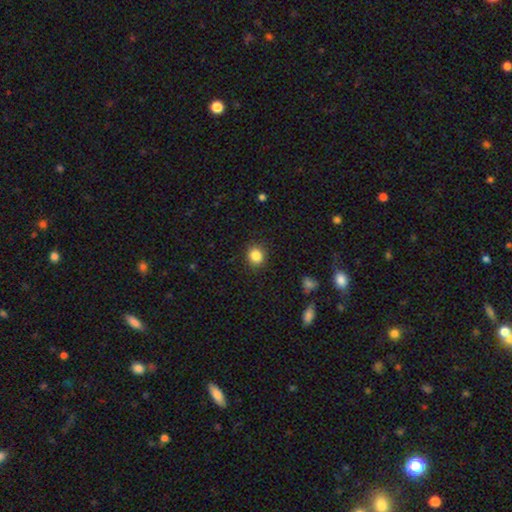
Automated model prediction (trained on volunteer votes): smooth_or_featured: smooth (p=0.85) [alt: star or artifact p=0.10]
how_rounded: round (p=0.82) [alt: in between p=0.17]
merging: none (p=0.88) [alt: minor disturbance p=0.08]